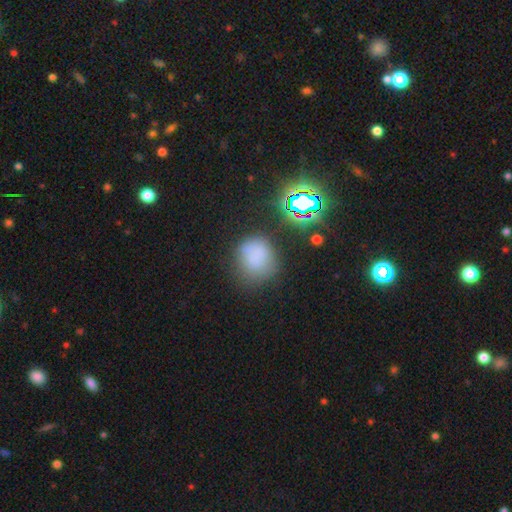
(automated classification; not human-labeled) A smooth galaxy with no disk features (68%) that is round (73%). Merging: none (60%).